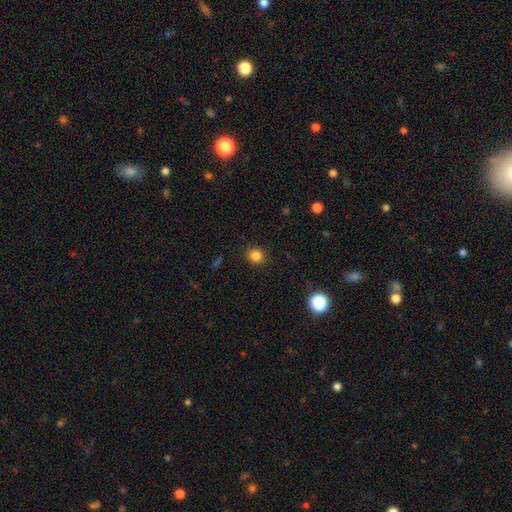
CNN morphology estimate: Smooth or featured?
  - smooth: 84% *
  - star or artifact: 12%
  - featured or disk: 4%
How rounded?
  - round: 86% *
  - in between: 13%
  - cigar-shaped: 1%
Merging?
  - none: 90% *
  - minor disturbance: 6%
  - major disturbance: 2%
  - merger: 1%